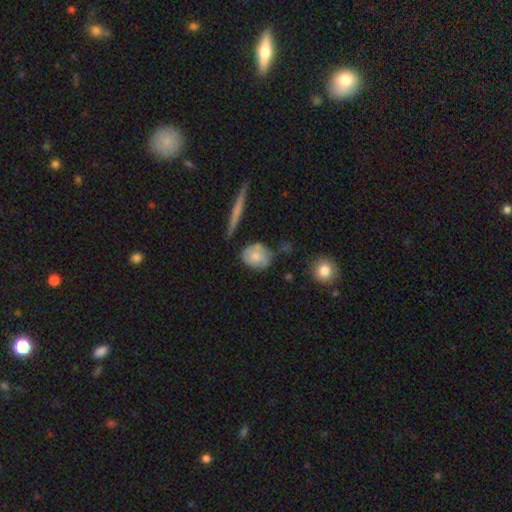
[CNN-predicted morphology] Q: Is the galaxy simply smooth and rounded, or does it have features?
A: smooth — 73%.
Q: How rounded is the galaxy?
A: round — 49%.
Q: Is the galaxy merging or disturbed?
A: none — 57%.